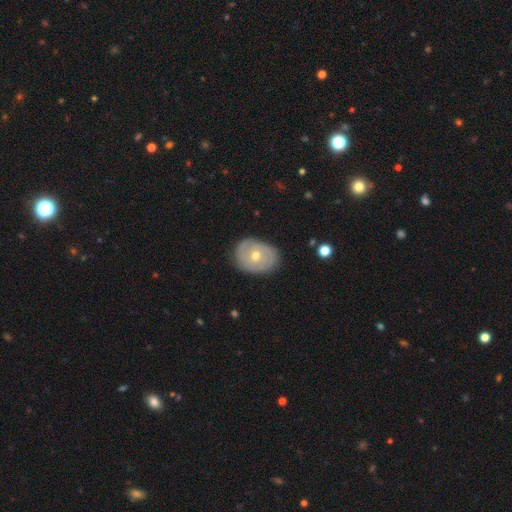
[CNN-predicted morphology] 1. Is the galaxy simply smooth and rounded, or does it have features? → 60% featured or disk, 33% smooth, 7% star or artifact.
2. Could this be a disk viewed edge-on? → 95% no, 5% yes.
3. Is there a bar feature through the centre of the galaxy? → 80% no, 16% weak, 4% strong.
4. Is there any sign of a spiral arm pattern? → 58% yes, 42% no.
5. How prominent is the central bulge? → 60% moderate, 37% small, 1% large, 1% none, 1% dominant.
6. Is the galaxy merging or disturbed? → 80% none, 15% minor disturbance, 4% major disturbance, 1% merger.